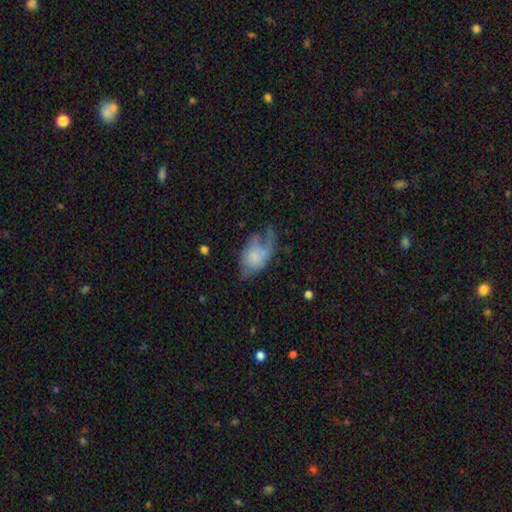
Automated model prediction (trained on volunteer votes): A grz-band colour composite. It shows a smooth galaxy with no disk features (49%). Merging: major disturbance (42%).